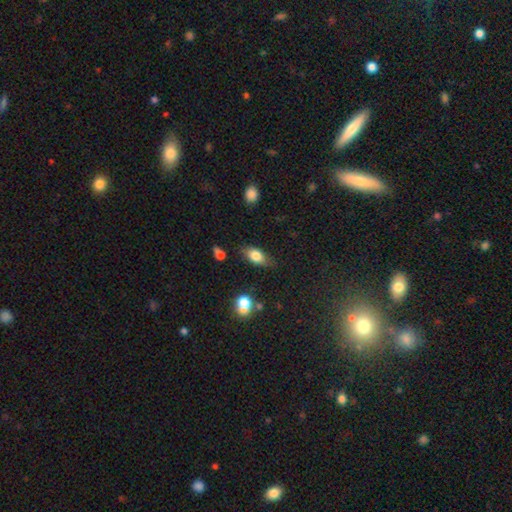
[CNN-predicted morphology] Smooth or featured?
  - smooth: 78% *
  - featured or disk: 14%
  - star or artifact: 8%
How rounded?
  - in between: 84% *
  - round: 9%
  - cigar-shaped: 7%
Merging?
  - none: 68% *
  - minor disturbance: 23%
  - major disturbance: 5%
  - merger: 3%